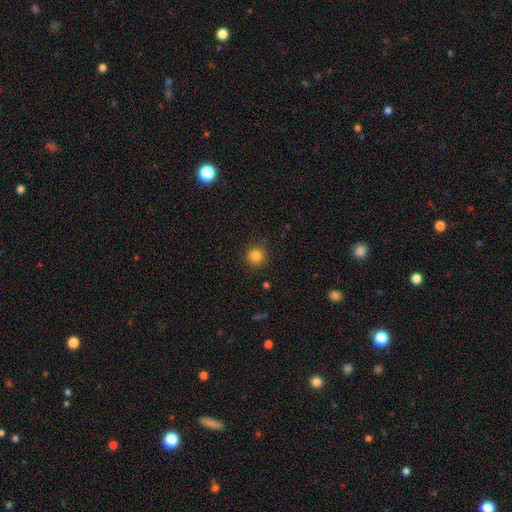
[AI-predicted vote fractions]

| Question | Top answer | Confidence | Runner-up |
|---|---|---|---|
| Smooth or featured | smooth | 83% | star or artifact (12%) |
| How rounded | round | 94% | in between (5%) |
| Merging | none | 90% | minor disturbance (7%) |